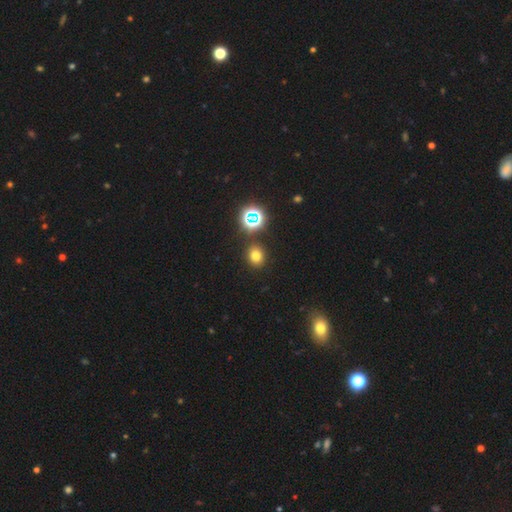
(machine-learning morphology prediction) Smooth or featured: smooth — 71% (star or artifact — 22%)
How rounded: round — 69% (in between — 30%)
Merging: none — 88% (minor disturbance — 7%)